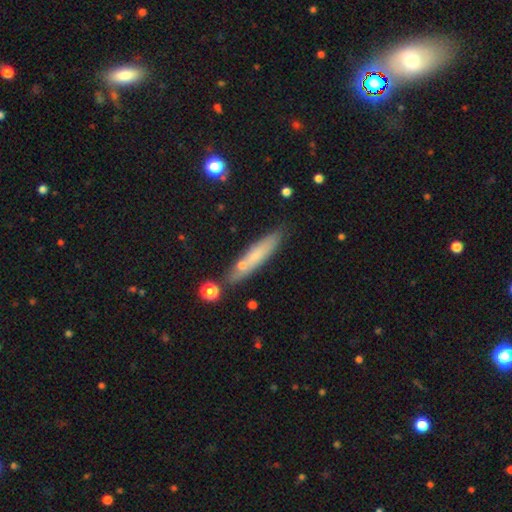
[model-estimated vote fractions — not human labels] Overall: smooth (65%; featured or disk 27%). How rounded: cigar-shaped (86%). Merging: none (77%).